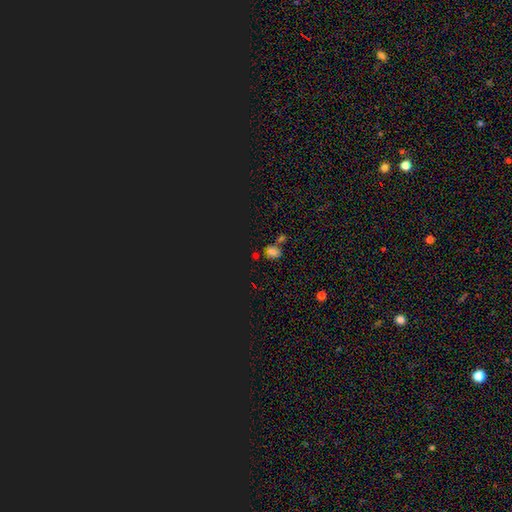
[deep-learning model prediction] star or artifact 59%, smooth 31%, featured or disk 10%.